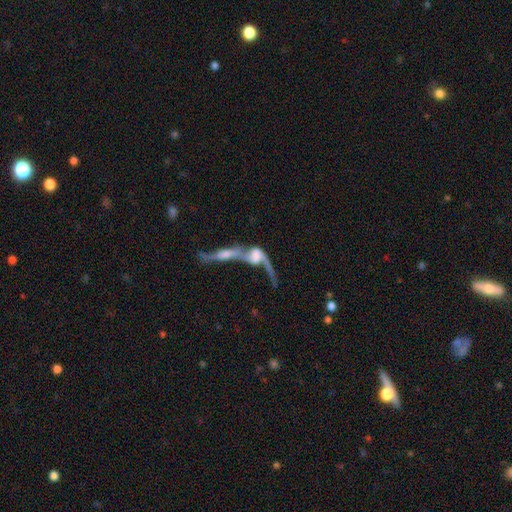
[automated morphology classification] featured or disk 67%, smooth 24%, star or artifact 9%. Down the decision tree: edge-on disk — no (77%); bar — no (63%); spiral arms — yes (66%); bulge size — none (38%); merging — merger (77%).